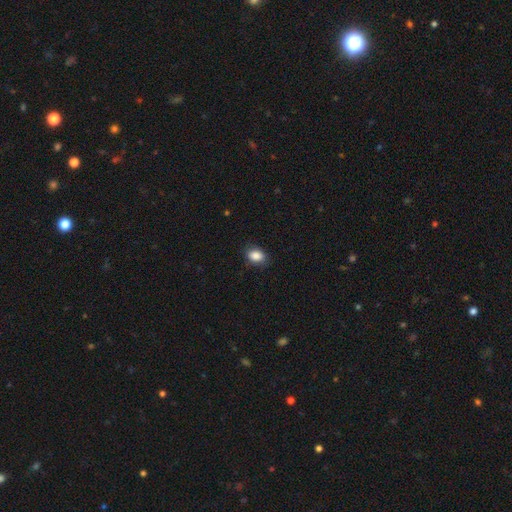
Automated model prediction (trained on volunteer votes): smooth 87%, star or artifact 8%, featured or disk 5%. Down the decision tree: how rounded — in between (75%); merging — none (81%).